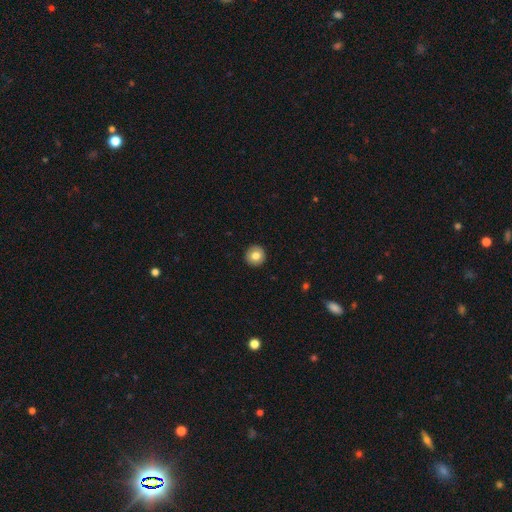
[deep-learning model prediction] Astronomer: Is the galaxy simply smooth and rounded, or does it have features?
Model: smooth — 80%.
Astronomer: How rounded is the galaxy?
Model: round — 95%.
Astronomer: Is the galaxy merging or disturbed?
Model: none — 93%.